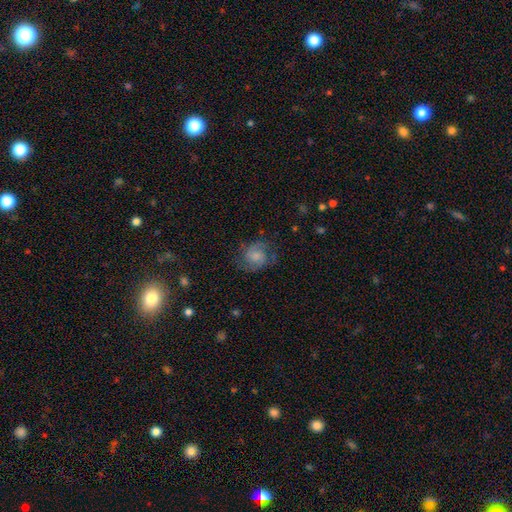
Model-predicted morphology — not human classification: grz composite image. It shows a featured or disk galaxy (65%) with no bar (62%), 2 (86%) medium (50%) spiral arms (93%) and a small central bulge (31%). Merging: none (70%).